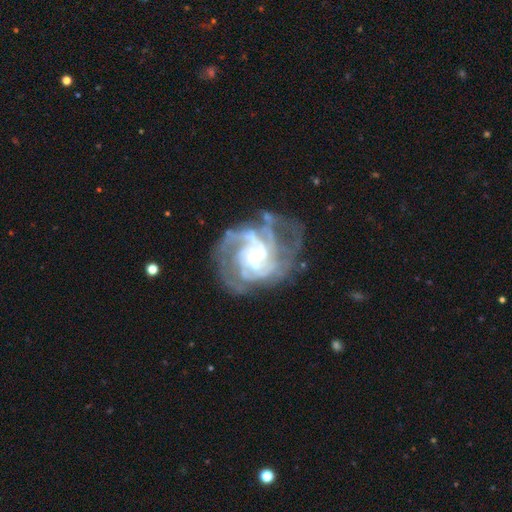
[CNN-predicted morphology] A featured or disk galaxy (89%) with no bar (52%), 3 (27%) tight (52%) spiral arms (96%) and a small central bulge (58%). Merging: none (55%).